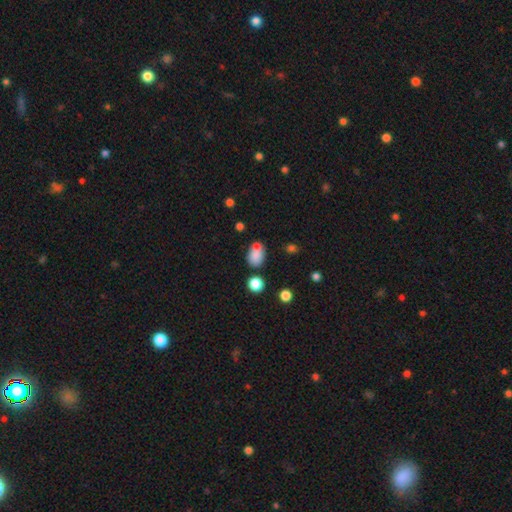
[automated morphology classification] The model was most divided on "merging": none: 48%, merger: 31%, minor disturbance: 15%, major disturbance: 6%. More confident: smooth or featured — smooth (79%); how rounded — in between (69%).